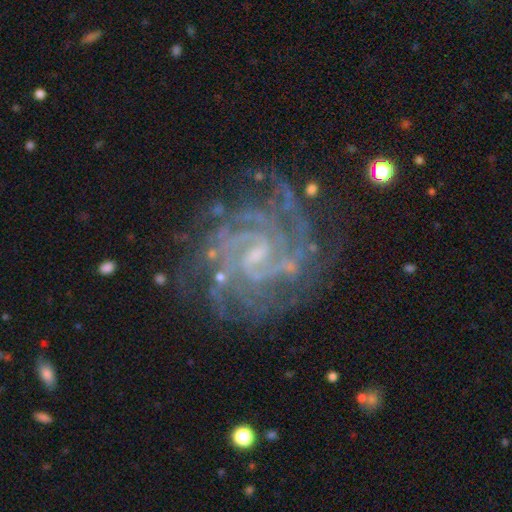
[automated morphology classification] This appears to be a featured or disk galaxy (91%) with a weak bar (59%), tight (67%) spiral arms (98%) and a small central bulge (60%). Merging: none (74%).